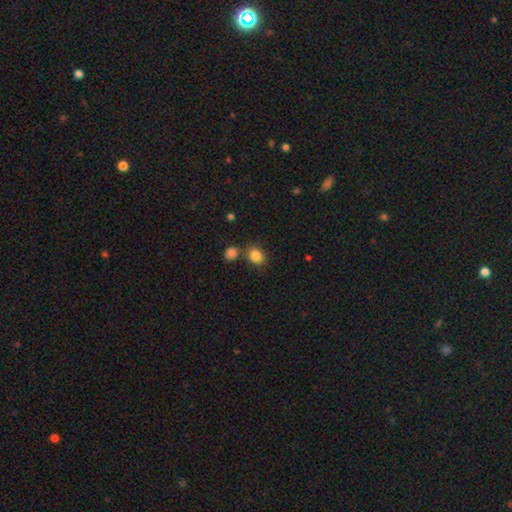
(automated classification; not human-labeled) Smooth or featured? Predicted: smooth (p=0.85). How rounded? Predicted: round (p=0.50). Merging? Predicted: none (p=0.71).